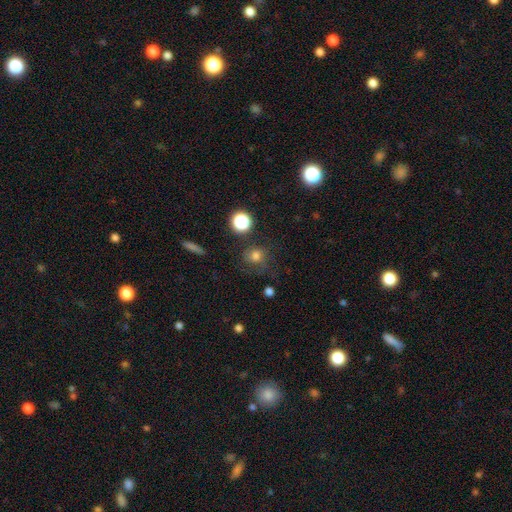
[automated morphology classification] A smooth galaxy with no disk features (71%) that is round (83%).

Vote fractions:
- Smooth or featured? smooth: 71% / star or artifact: 18% / featured or disk: 11%
- How rounded? round: 83% / in between: 16% / cigar-shaped: 1%
- Merging? none: 65% / minor disturbance: 19% / major disturbance: 13% / merger: 4%